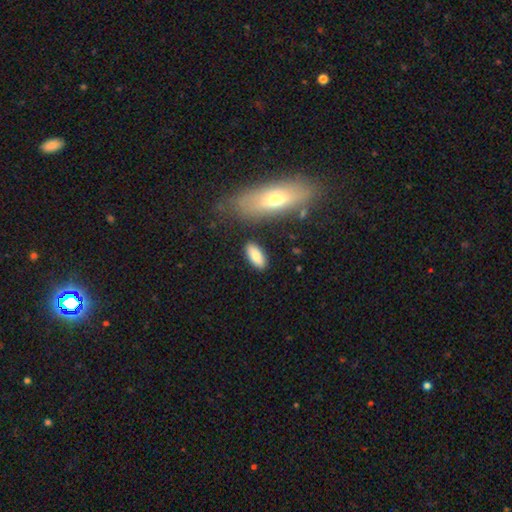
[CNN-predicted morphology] type=smooth (82%); roundness=in between (81%); merging=none (84%).